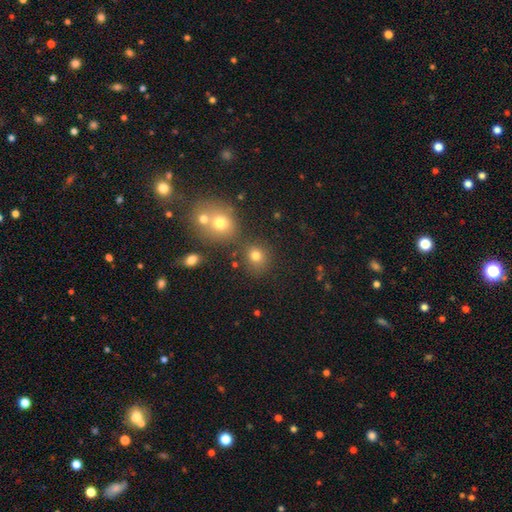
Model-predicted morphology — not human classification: Smooth or featured? Predicted: smooth (p=0.75). How rounded? Predicted: round (p=0.82). Merging? Predicted: none (p=0.71).